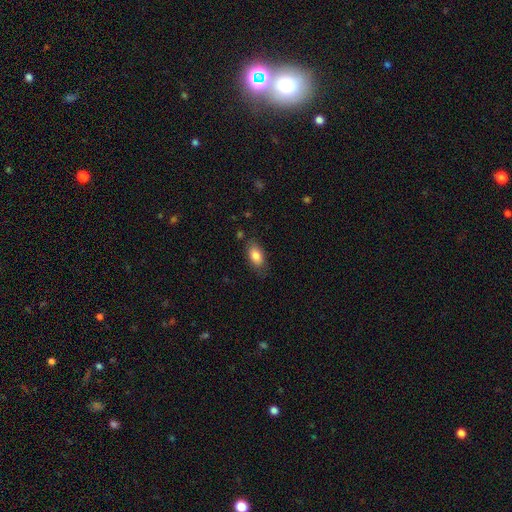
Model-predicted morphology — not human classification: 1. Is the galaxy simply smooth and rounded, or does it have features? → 84% smooth, 9% featured or disk, 7% star or artifact.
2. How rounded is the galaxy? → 91% in between, 5% cigar-shaped, 4% round.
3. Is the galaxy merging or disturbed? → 78% none, 16% minor disturbance, 4% major disturbance, 2% merger.